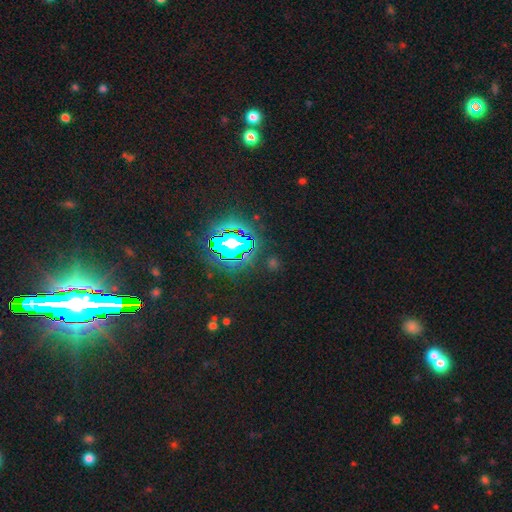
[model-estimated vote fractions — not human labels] smooth-or-featured: star or artifact: 83% | smooth: 9% | featured or disk: 8%